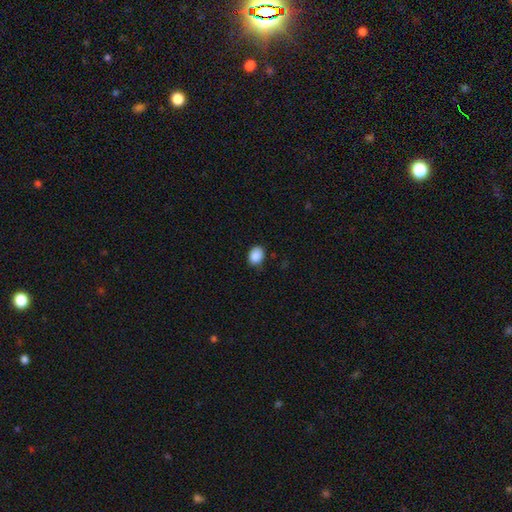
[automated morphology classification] Smooth or featured?
  - smooth: 89% *
  - star or artifact: 8%
  - featured or disk: 3%
How rounded?
  - in between: 59% *
  - round: 40%
  - cigar-shaped: 1%
Merging?
  - none: 79% *
  - minor disturbance: 17%
  - major disturbance: 3%
  - merger: 1%